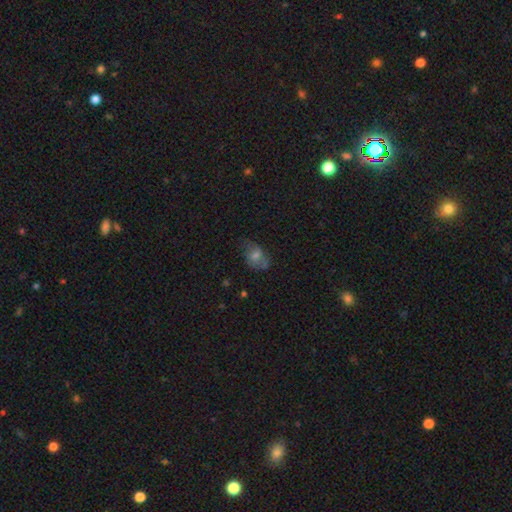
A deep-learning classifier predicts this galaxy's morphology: Q: Smooth or featured?
A: smooth (47%); runner-up: featured or disk (35%)
Q: Merging?
A: none (56%); runner-up: minor disturbance (26%)